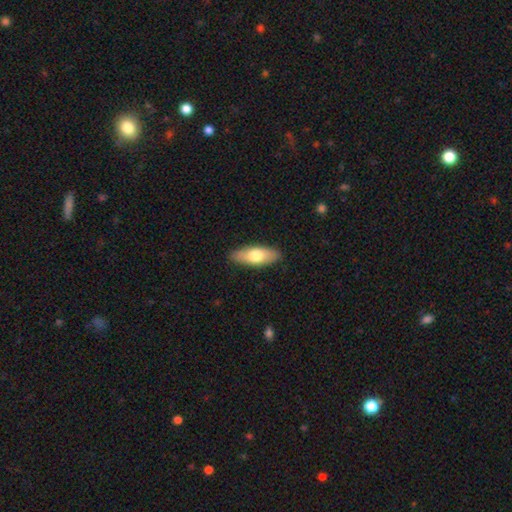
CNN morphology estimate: This appears to be a smooth galaxy with no disk features (68%) that is in between round and cigar-shaped (71%). Merging: none (88%).